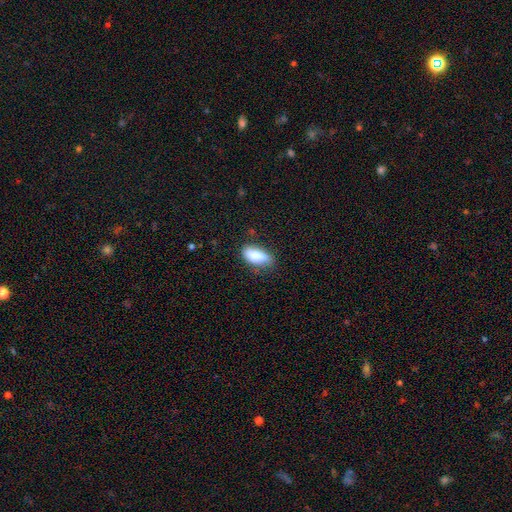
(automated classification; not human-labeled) smooth-or-featured: smooth: 85% | featured or disk: 8% | star or artifact: 7%
  how-rounded: in between: 82% | cigar-shaped: 15% | round: 3%
  merging: none: 69% | minor disturbance: 24% | major disturbance: 5% | merger: 2%